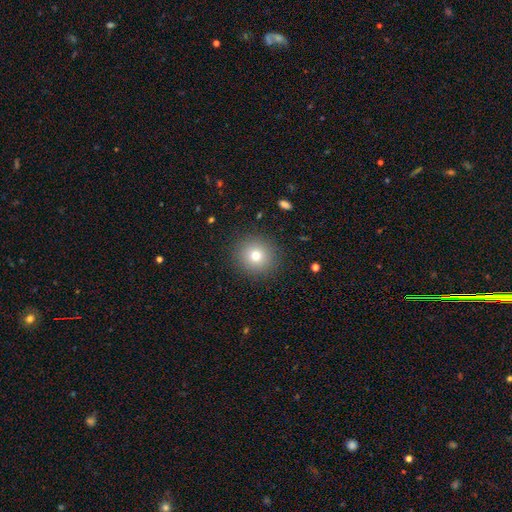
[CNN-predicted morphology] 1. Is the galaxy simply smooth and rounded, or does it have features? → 75% smooth, 14% star or artifact, 11% featured or disk.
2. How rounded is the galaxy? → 92% round, 7% in between, 1% cigar-shaped.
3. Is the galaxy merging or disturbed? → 90% none, 6% minor disturbance, 3% major disturbance, 1% merger.